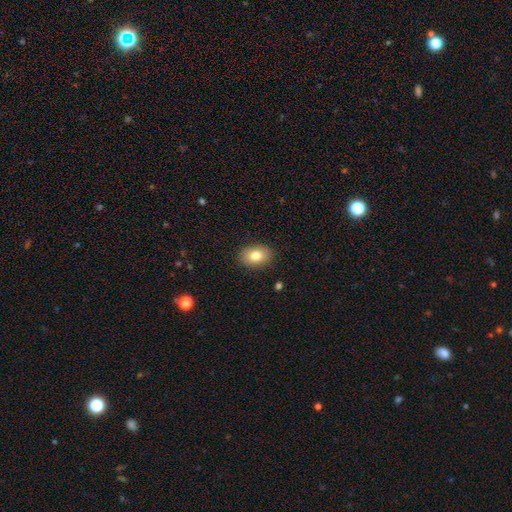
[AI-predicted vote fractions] A smooth galaxy with no disk features (81%) that is in between round and cigar-shaped (80%). Merging: none (89%).